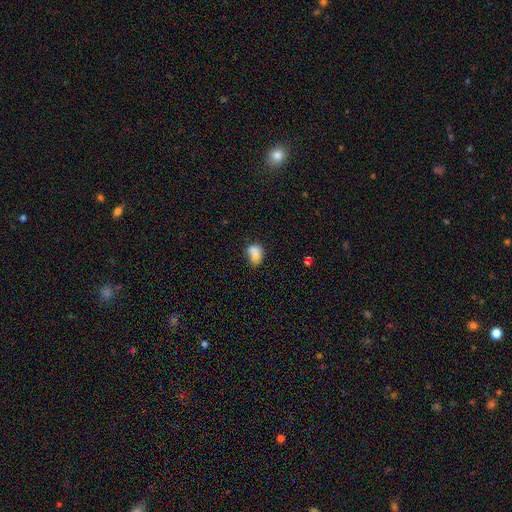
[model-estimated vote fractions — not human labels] smooth-or-featured: smooth: 76% | featured or disk: 15% | star or artifact: 9%
  how-rounded: in between: 65% | round: 34% | cigar-shaped: 1%
  merging: merger: 39% | none: 35% | minor disturbance: 19% | major disturbance: 7%